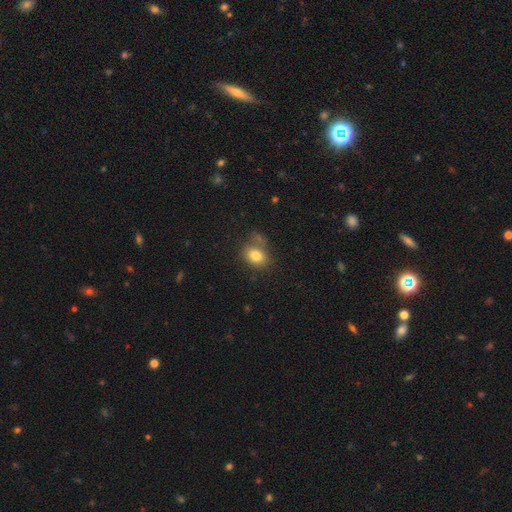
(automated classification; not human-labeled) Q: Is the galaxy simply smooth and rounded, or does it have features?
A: smooth — 80%.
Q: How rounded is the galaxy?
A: in between — 61%.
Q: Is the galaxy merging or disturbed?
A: none — 57%.